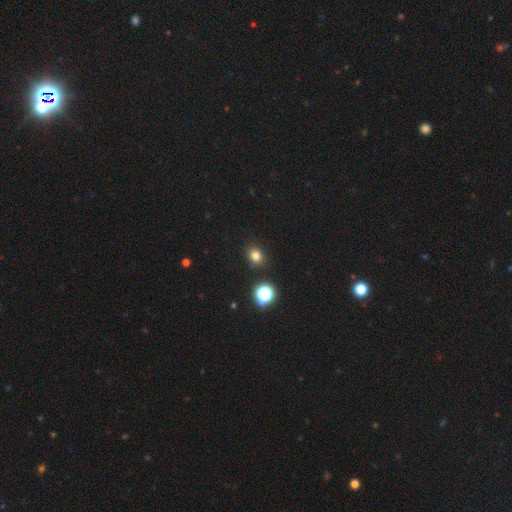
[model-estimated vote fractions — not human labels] A smooth galaxy with no disk features (77%) that is round (64%). Merging: none (86%).